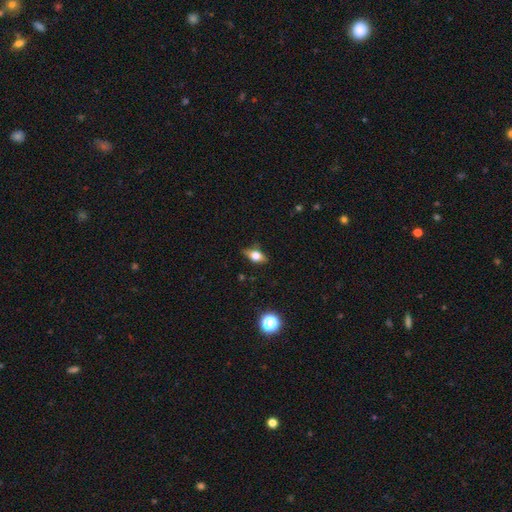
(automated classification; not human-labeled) Smooth or featured?
  - smooth: 59% *
  - featured or disk: 32%
  - star or artifact: 10%
How rounded?
  - in between: 74% *
  - round: 13%
  - cigar-shaped: 13%
Merging?
  - none: 78% *
  - minor disturbance: 17%
  - major disturbance: 4%
  - merger: 2%